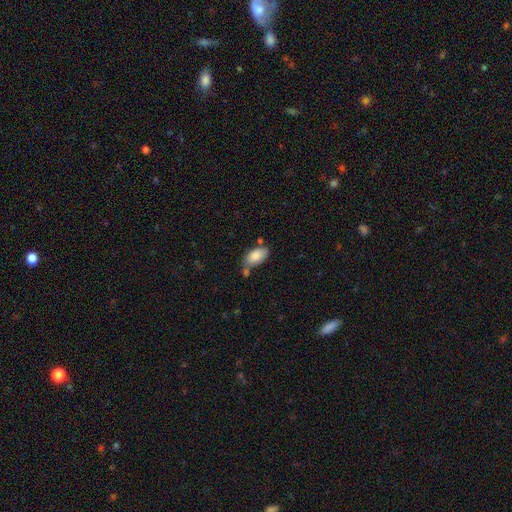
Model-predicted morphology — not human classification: This is clearly a smooth galaxy (84%). How rounded: clearly in between (94%). Merging: possibly none (57%).